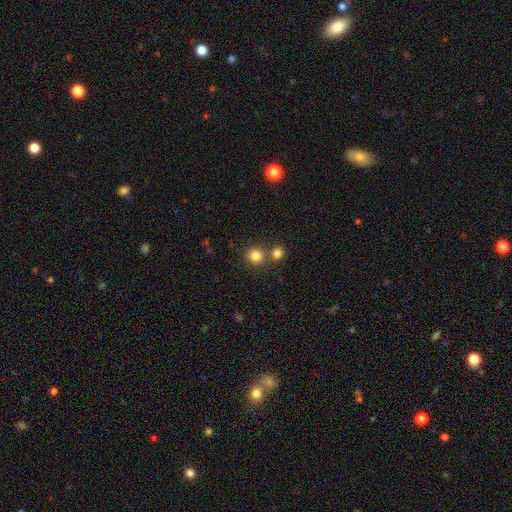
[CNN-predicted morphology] Smooth or featured: smooth — 83% (star or artifact — 12%)
How rounded: round — 91% (in between — 8%)
Merging: none — 68% (merger — 22%)